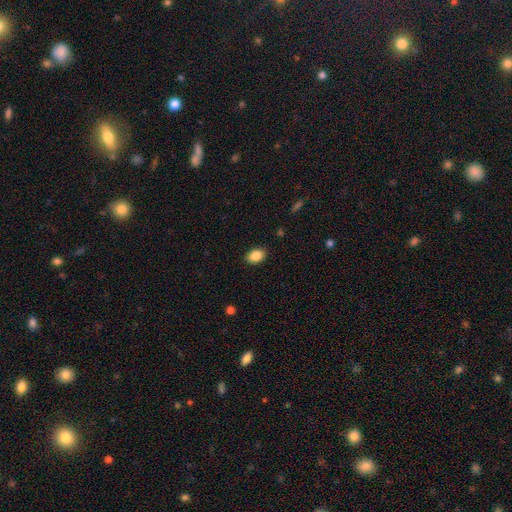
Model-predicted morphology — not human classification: Q: Smooth or featured?
A: smooth (87%); runner-up: star or artifact (8%)
Q: How rounded?
A: in between (78%); runner-up: round (21%)
Q: Merging?
A: none (88%); runner-up: minor disturbance (8%)